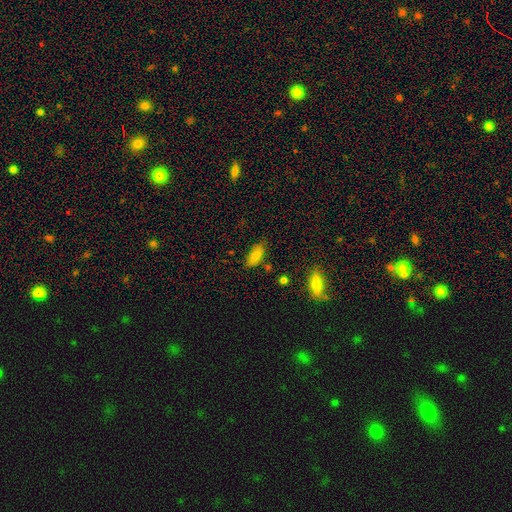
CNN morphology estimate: smooth_or_featured: smooth (p=0.83) [alt: star or artifact p=0.10]
how_rounded: in between (p=0.85) [alt: cigar-shaped p=0.13]
merging: none (p=0.73) [alt: minor disturbance p=0.19]